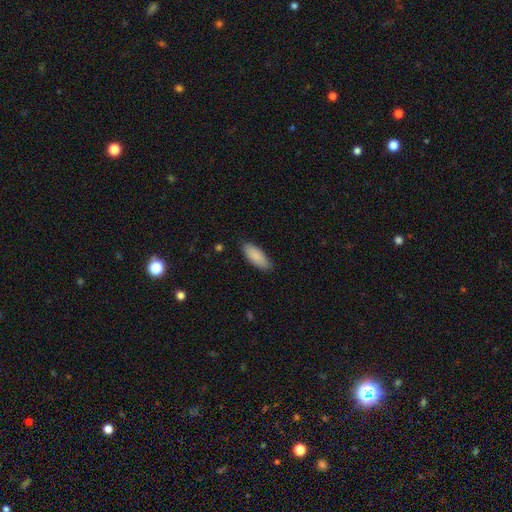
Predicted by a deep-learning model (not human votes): Morphology: type=smooth (88%); roundness=in between (79%); merging=none (83%).